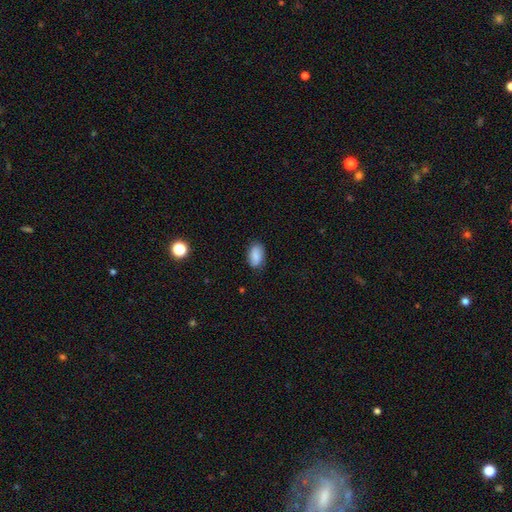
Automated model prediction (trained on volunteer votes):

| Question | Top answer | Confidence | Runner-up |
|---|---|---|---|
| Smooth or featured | smooth | 79% | featured or disk (13%) |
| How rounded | in between | 91% | round (7%) |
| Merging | none | 81% | minor disturbance (15%) |